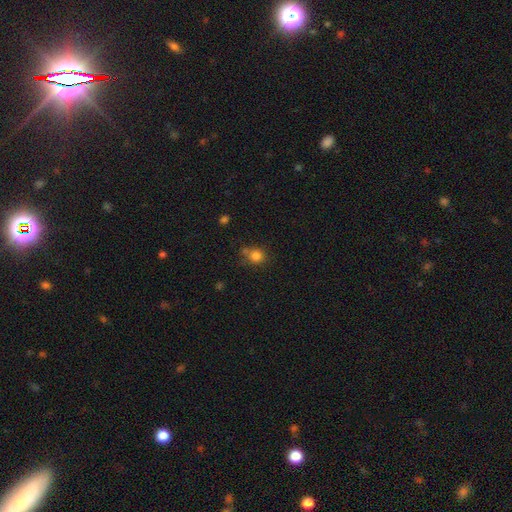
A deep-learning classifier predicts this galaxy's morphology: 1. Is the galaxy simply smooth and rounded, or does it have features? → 81% smooth, 13% star or artifact, 6% featured or disk.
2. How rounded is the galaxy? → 82% round, 17% in between, 1% cigar-shaped.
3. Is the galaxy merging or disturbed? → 63% none, 18% minor disturbance, 13% merger, 6% major disturbance.